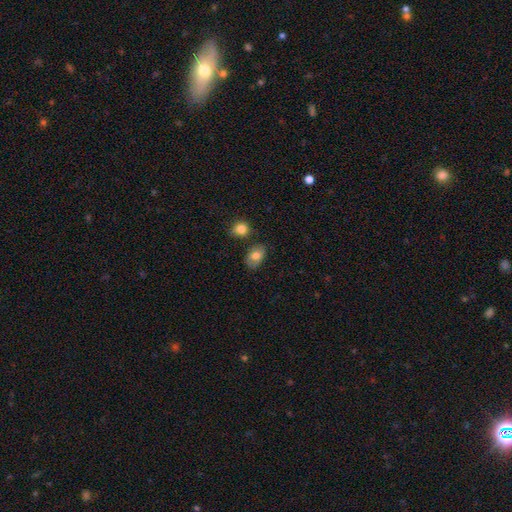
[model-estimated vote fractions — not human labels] smooth_or_featured: smooth (p=0.75) [alt: featured or disk p=0.17]
how_rounded: in between (p=0.86) [alt: round p=0.12]
merging: none (p=0.69) [alt: minor disturbance p=0.19]